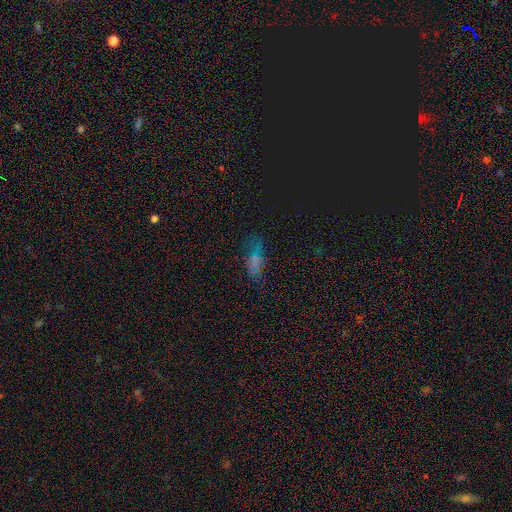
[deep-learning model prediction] Smooth or featured? smooth (44%)
Merging? none (57%)